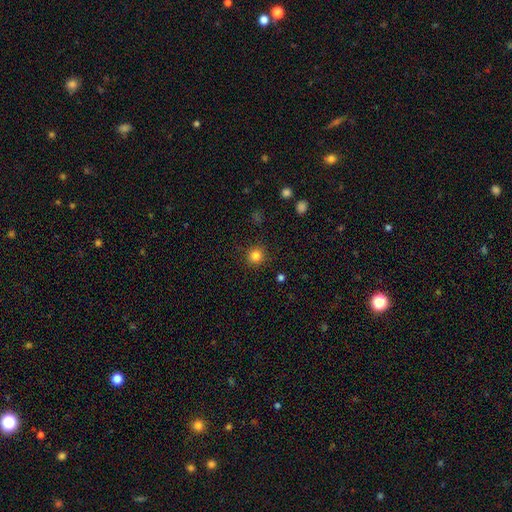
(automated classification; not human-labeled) smooth-or-featured: smooth: 83% | star or artifact: 12% | featured or disk: 5%
  how-rounded: round: 92% | in between: 7% | cigar-shaped: 1%
  merging: none: 90% | minor disturbance: 6% | major disturbance: 2% | merger: 1%